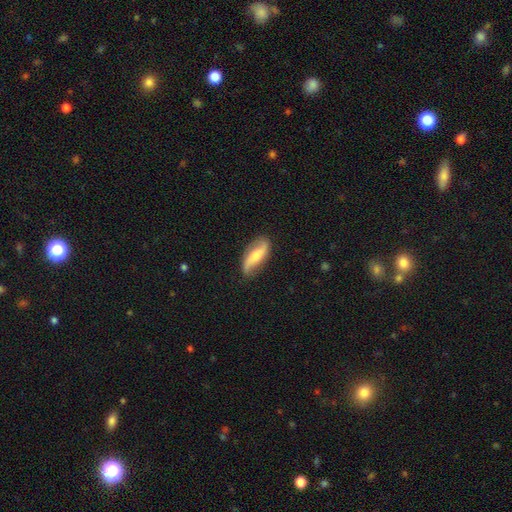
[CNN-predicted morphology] This appears to be a featured or disk galaxy (66%) with no bar (39%), 2 (91%) loose (77%) spiral arms (91%) and a moderate central bulge (44%). Merging: none (78%).